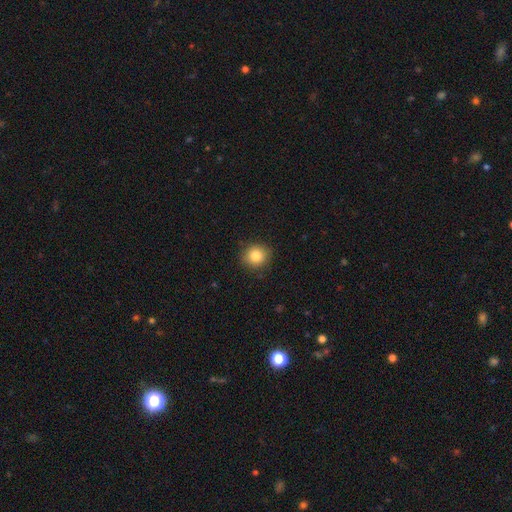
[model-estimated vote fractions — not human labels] Smooth or featured? smooth (84%)
How rounded? round (85%)
Merging? none (88%)